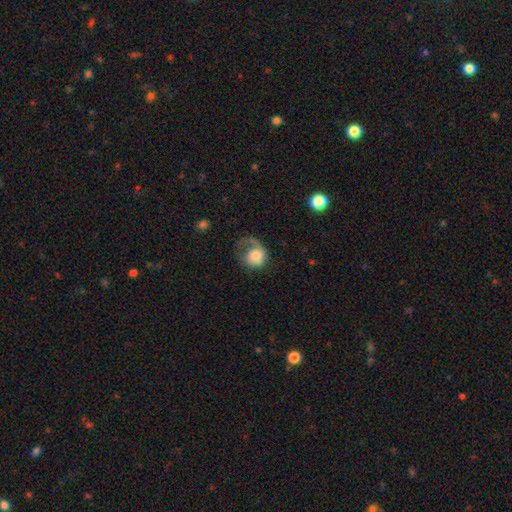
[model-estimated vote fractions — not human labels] Q: Smooth or featured?
A: smooth (55%); runner-up: featured or disk (37%)
Q: How rounded?
A: round (65%); runner-up: in between (34%)
Q: Merging?
A: major disturbance (52%); runner-up: none (26%)